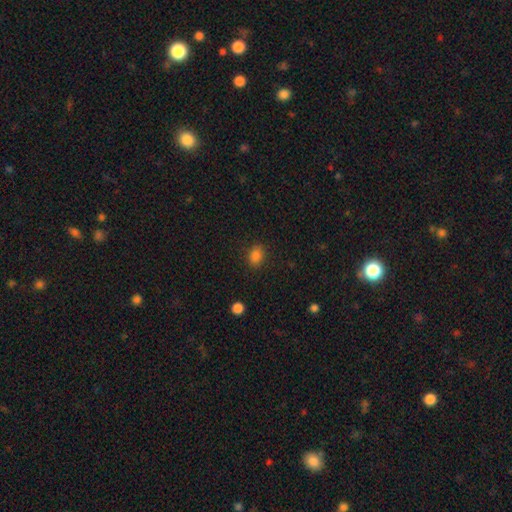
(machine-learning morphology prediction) Smooth or featured?
  - smooth: 84% *
  - star or artifact: 12%
  - featured or disk: 4%
How rounded?
  - in between: 68% *
  - round: 30%
  - cigar-shaped: 1%
Merging?
  - none: 87% *
  - minor disturbance: 9%
  - major disturbance: 3%
  - merger: 1%